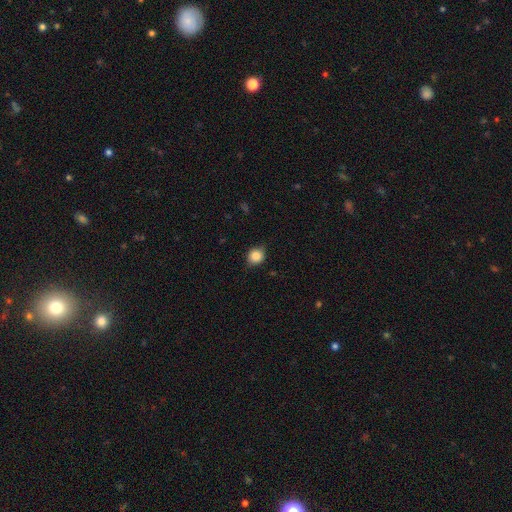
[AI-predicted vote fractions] A smooth galaxy with no disk features (84%) that is round (68%).

Vote fractions:
- Smooth or featured? smooth: 84% / star or artifact: 9% / featured or disk: 7%
- How rounded? round: 68% / in between: 30% / cigar-shaped: 1%
- Merging? none: 79% / minor disturbance: 17% / major disturbance: 3% / merger: 1%